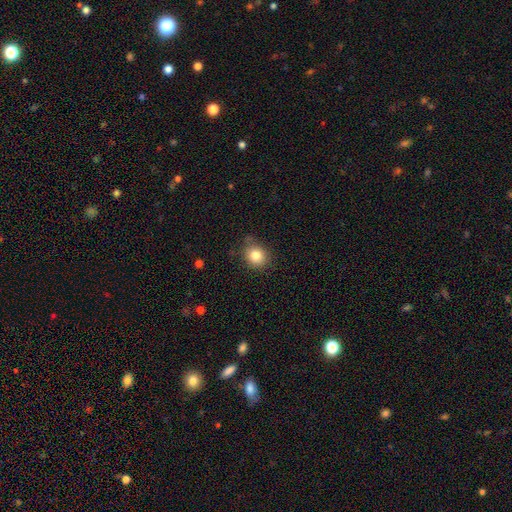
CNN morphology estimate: Smooth or featured? smooth (82%)
How rounded? round (74%)
Merging? none (78%)